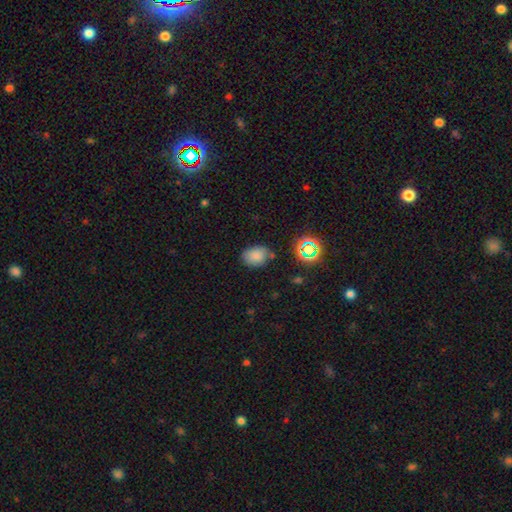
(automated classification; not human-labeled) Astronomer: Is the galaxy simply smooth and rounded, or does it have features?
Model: smooth — 76%.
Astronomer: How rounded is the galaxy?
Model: in between — 65%.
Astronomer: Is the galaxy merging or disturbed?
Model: none — 68%.